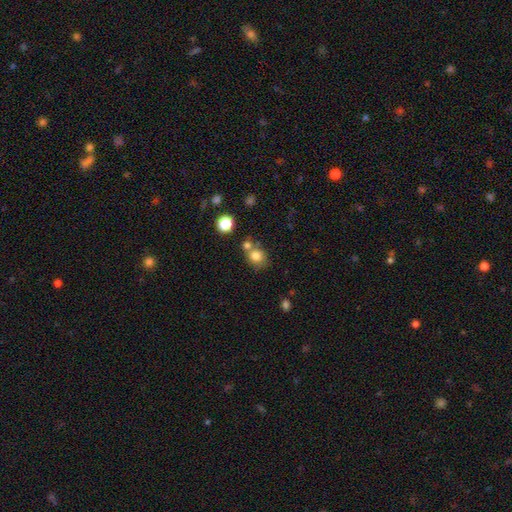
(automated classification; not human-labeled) Morphology: type=smooth (79%); roundness=round (76%); merging=none (54%).